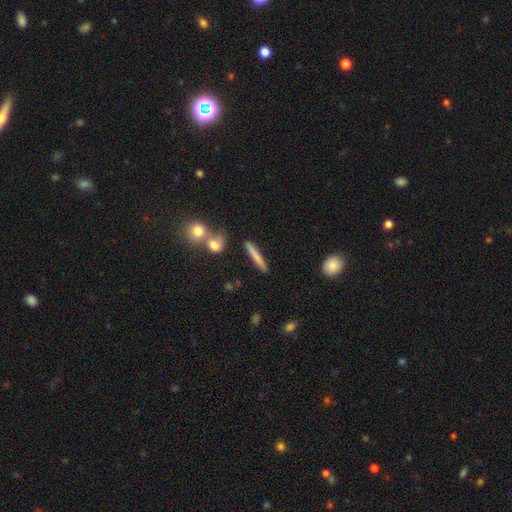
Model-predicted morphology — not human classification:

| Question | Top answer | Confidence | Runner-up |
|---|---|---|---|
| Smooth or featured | smooth | 72% | featured or disk (21%) |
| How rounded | cigar-shaped | 92% | in between (5%) |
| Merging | none | 83% | minor disturbance (9%) |